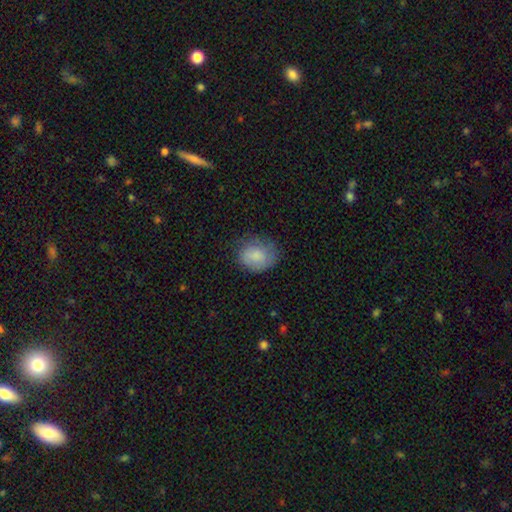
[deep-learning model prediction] Overall: smooth (80%). How rounded: round (55%; in between 44%). Merging: none (66%).